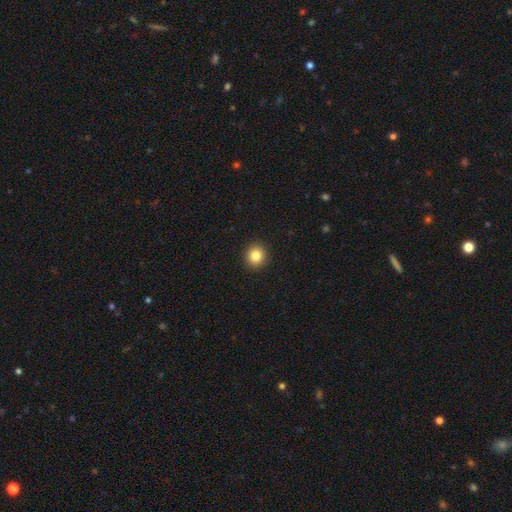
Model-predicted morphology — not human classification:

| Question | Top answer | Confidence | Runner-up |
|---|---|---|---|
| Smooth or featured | smooth | 84% | star or artifact (10%) |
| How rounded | round | 88% | in between (11%) |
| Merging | none | 92% | minor disturbance (5%) |